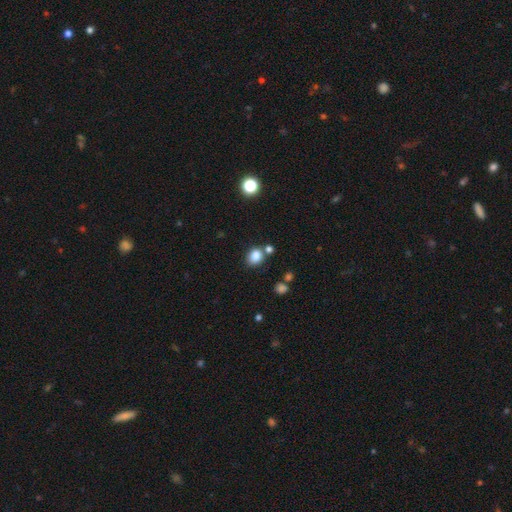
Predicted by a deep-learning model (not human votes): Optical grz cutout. It shows a smooth galaxy with no disk features (83%) that is round (62%). Merging: none (72%).